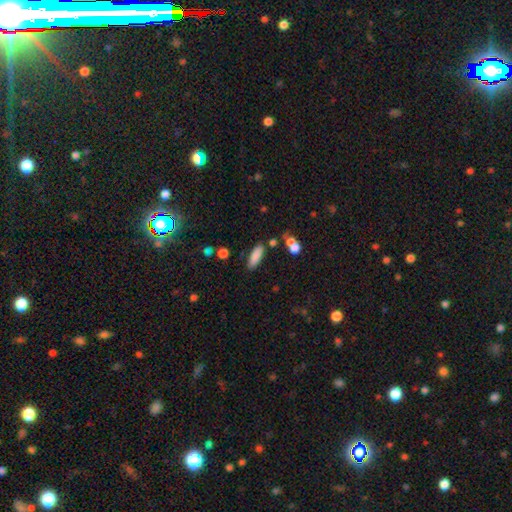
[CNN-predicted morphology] Q: Smooth or featured?
A: smooth (85%); runner-up: star or artifact (8%)
Q: How rounded?
A: in between (58%); runner-up: cigar-shaped (40%)
Q: Merging?
A: none (81%); runner-up: minor disturbance (10%)